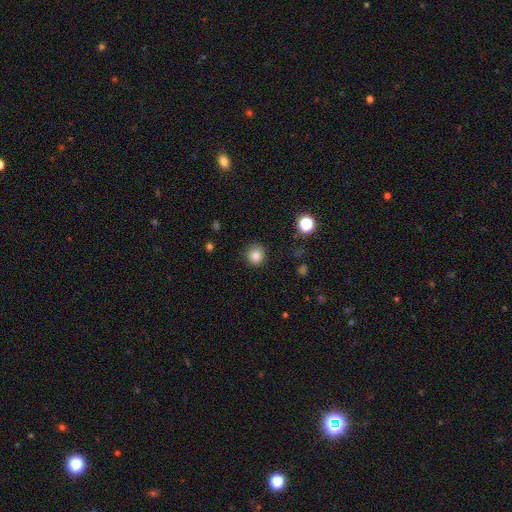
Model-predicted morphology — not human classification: A smooth galaxy with no disk features (82%) that is round (90%).

Vote fractions:
- Smooth or featured? smooth: 82% / star or artifact: 12% / featured or disk: 6%
- How rounded? round: 90% / in between: 9% / cigar-shaped: 1%
- Merging? none: 86% / minor disturbance: 10% / major disturbance: 3% / merger: 1%